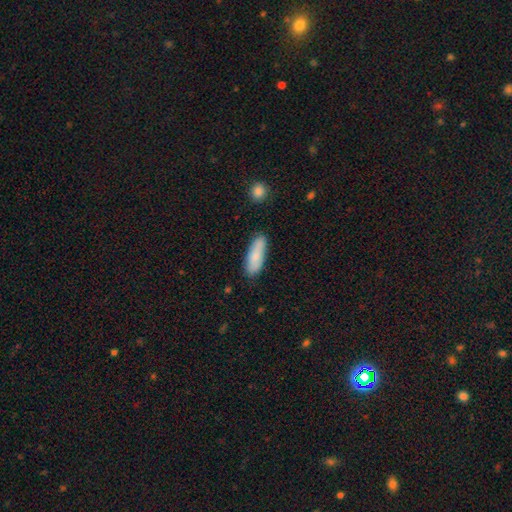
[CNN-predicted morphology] Overall: smooth (81%). How rounded: in between (56%; cigar-shaped 42%). Merging: none (83%).